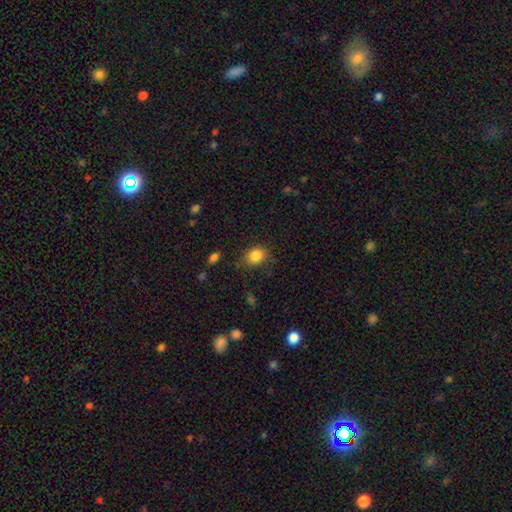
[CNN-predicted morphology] The model was most divided on "how rounded": in between: 51%, round: 48%, cigar-shaped: 1%. More confident: smooth or featured — smooth (85%); merging — none (77%).